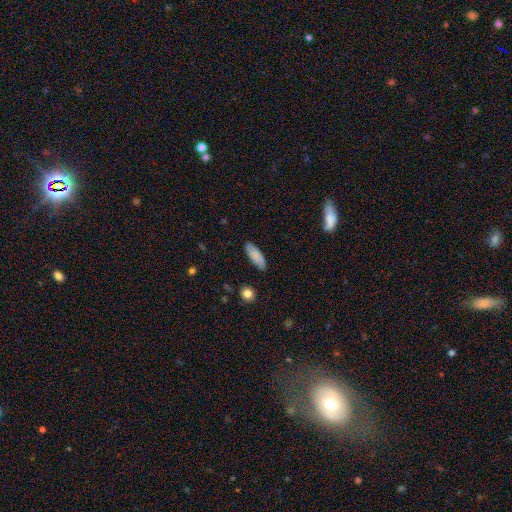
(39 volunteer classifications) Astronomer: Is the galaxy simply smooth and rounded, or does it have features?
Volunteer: smooth — 77%.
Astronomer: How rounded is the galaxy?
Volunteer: in between — 57% (runner-up: cigar-shaped, 43%).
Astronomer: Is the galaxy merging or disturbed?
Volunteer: none — 90%.